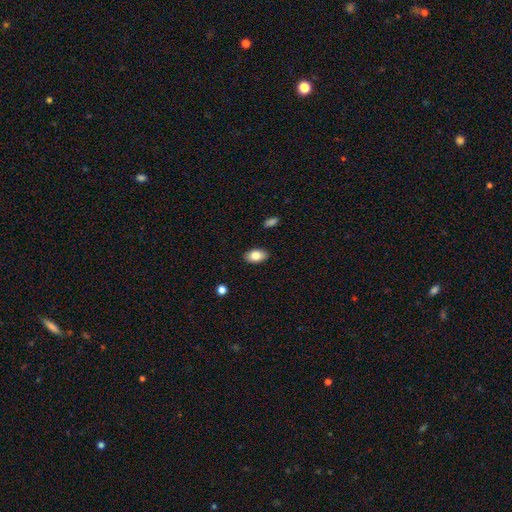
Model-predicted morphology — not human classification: type=smooth (82%); roundness=in between (92%); merging=none (88%).